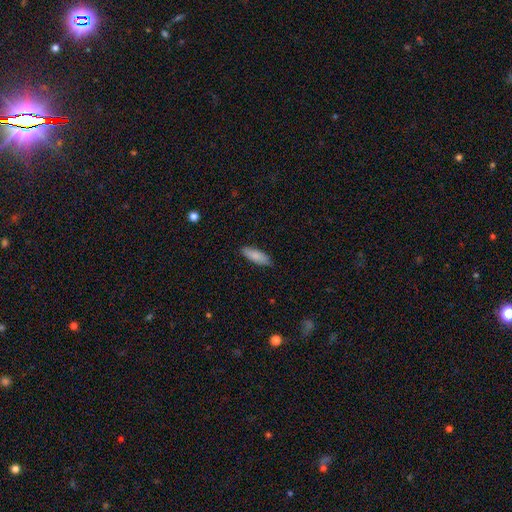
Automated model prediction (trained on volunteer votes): This is clearly a smooth galaxy (86%). How rounded: possibly in between (59%). Merging: clearly none (85%).